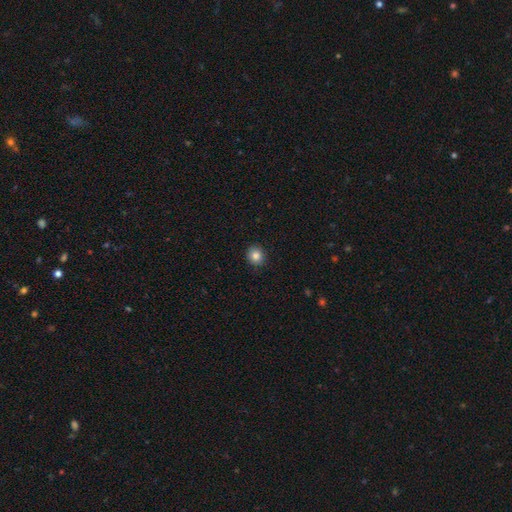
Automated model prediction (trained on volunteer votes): smooth_or_featured: smooth (p=0.83) [alt: star or artifact p=0.10]
how_rounded: round (p=0.84) [alt: in between p=0.15]
merging: none (p=0.91) [alt: minor disturbance p=0.06]